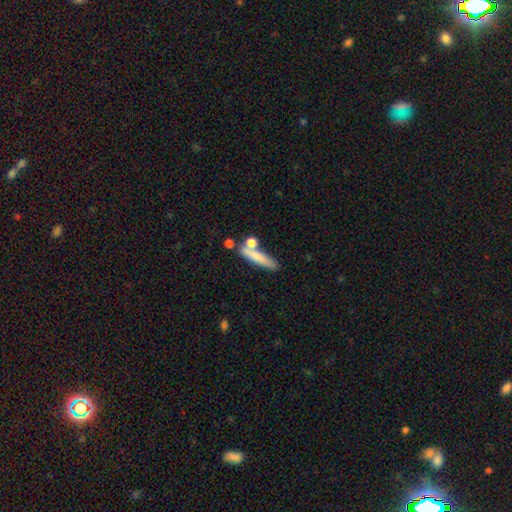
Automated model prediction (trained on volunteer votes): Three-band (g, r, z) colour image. It shows a smooth galaxy with no disk features (72%) that is cigar-shaped (76%). Merging: none (60%).